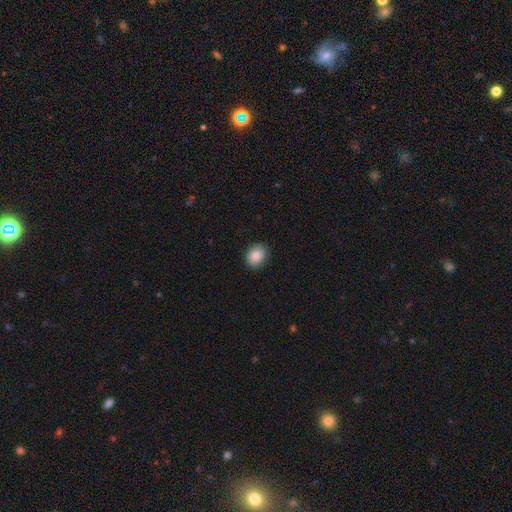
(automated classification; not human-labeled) Smooth or featured?
  - smooth: 87% *
  - star or artifact: 8%
  - featured or disk: 5%
How rounded?
  - round: 51% *
  - in between: 48%
  - cigar-shaped: 1%
Merging?
  - none: 86% *
  - minor disturbance: 11%
  - major disturbance: 2%
  - merger: 1%